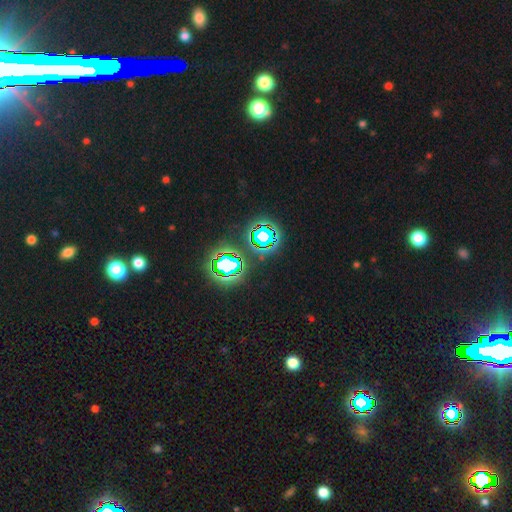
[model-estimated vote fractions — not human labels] The model was most divided on "smooth or featured": star or artifact: 79%, smooth: 13%, featured or disk: 8%.